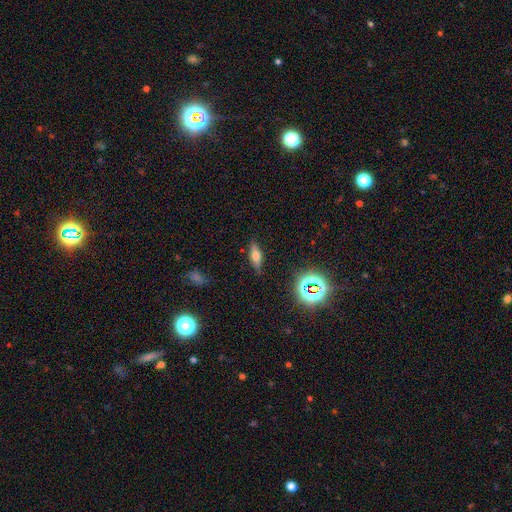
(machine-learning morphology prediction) A smooth galaxy with no disk features (51%) that is in between round and cigar-shaped (53%). Merging: none (84%).